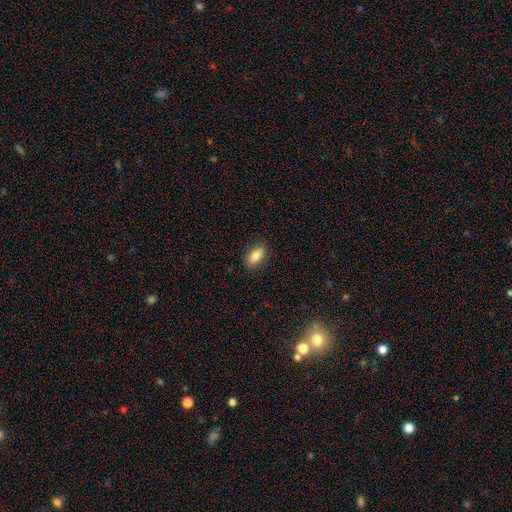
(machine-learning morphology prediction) A smooth galaxy with no disk features (81%) that is in between round and cigar-shaped (89%).

Vote fractions:
- Smooth or featured? smooth: 81% / featured or disk: 12% / star or artifact: 8%
- How rounded? in between: 89% / cigar-shaped: 6% / round: 5%
- Merging? none: 87% / minor disturbance: 10% / major disturbance: 2% / merger: 1%